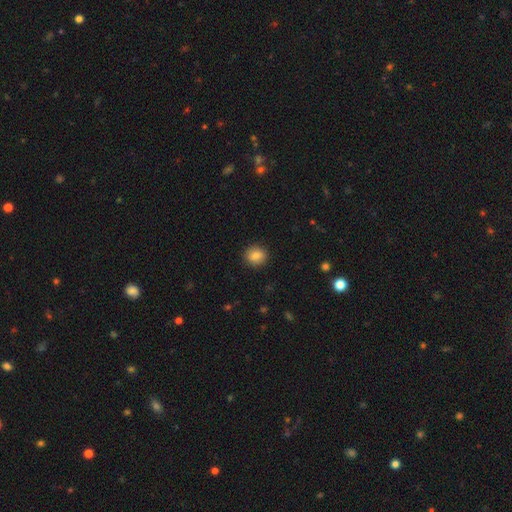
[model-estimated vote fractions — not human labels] Smooth or featured? smooth (85%)
How rounded? round (76%)
Merging? none (90%)